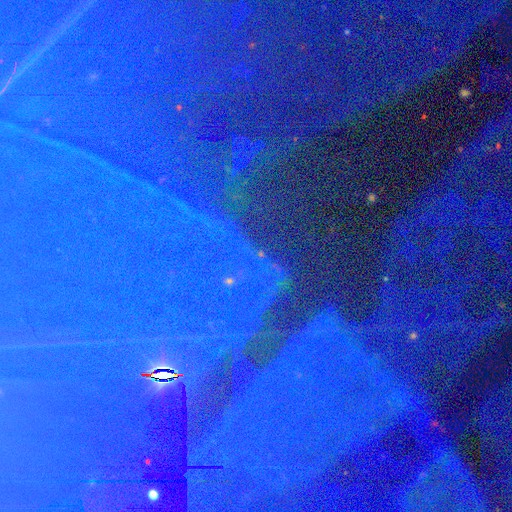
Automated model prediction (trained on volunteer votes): This is clearly a star or artifact rather than a galaxy (86%).